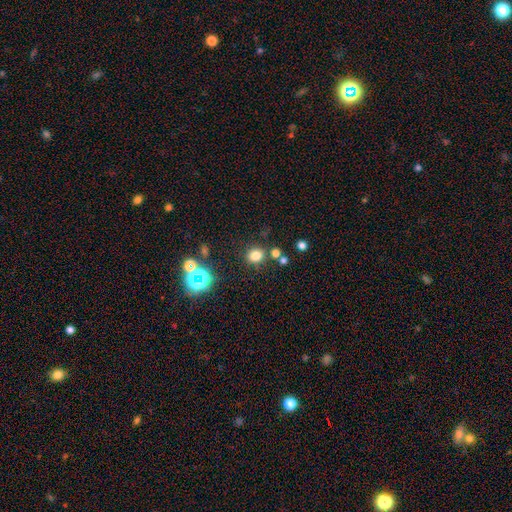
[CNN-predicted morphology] Smooth or featured?
  - smooth: 75% *
  - star or artifact: 19%
  - featured or disk: 6%
How rounded?
  - round: 70% *
  - in between: 29%
  - cigar-shaped: 1%
Merging?
  - none: 78% *
  - minor disturbance: 10%
  - merger: 8%
  - major disturbance: 4%